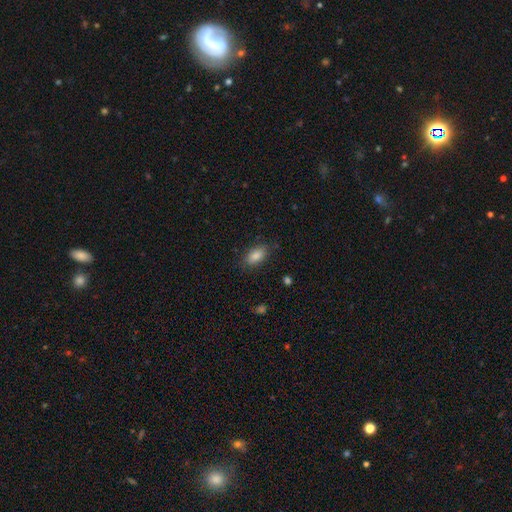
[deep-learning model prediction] smooth_or_featured: smooth (p=0.84) [alt: star or artifact p=0.09]
how_rounded: in between (p=0.89) [alt: cigar-shaped p=0.06]
merging: none (p=0.84) [alt: minor disturbance p=0.12]